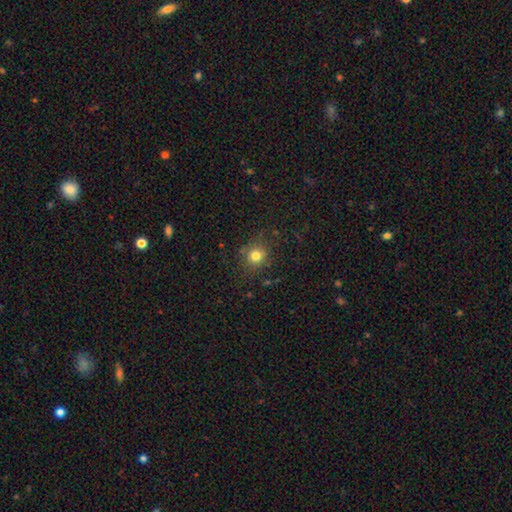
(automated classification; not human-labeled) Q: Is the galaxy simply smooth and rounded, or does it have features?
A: smooth — 76%.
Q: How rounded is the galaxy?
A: round — 84%.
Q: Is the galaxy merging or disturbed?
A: none — 81%.